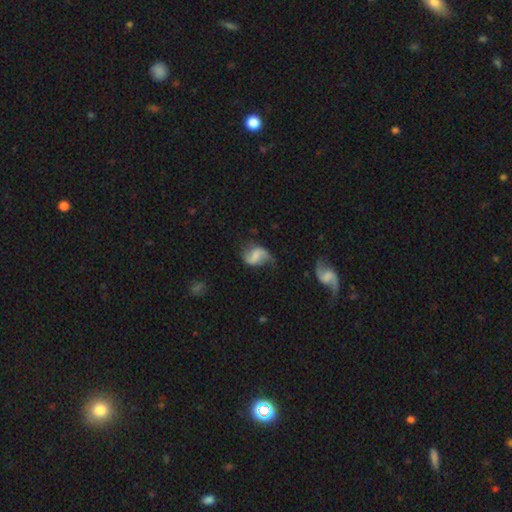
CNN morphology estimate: A featured or disk galaxy (71%) with a weak bar (47%), 2 (89%) loose (65%) spiral arms (91%) and no central bulge (55%). Merging: none (59%).